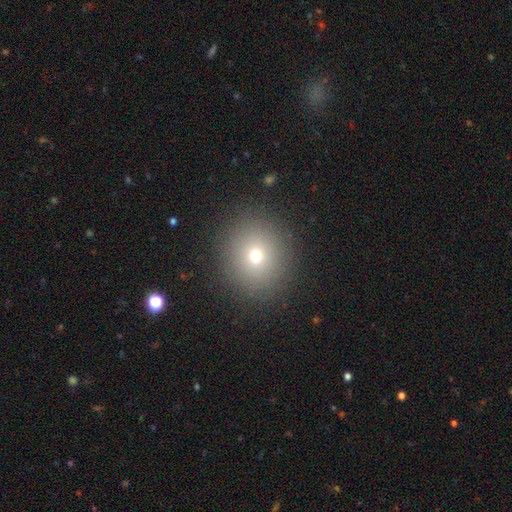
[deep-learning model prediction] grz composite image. It shows a smooth galaxy with no disk features (70%) that is round (86%). Merging: none (89%).